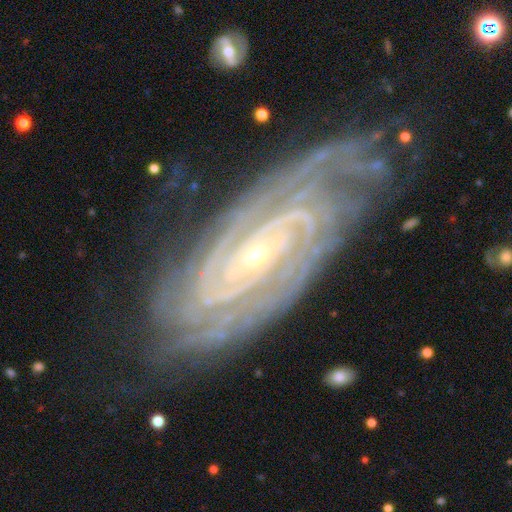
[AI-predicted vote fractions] Smooth or featured: featured or disk — 91% (star or artifact — 5%)
Edge-on disk: no — 94% (yes — 6%)
Bar: no — 52% (weak — 30%)
Spiral arms: yes — 98% (no — 2%)
Spiral winding: tight — 80% (medium — 17%)
Spiral arm count: can't tell — 22% (4 — 20%)
Bulge size: small — 84% (moderate — 12%)
Merging: none — 75% (minor disturbance — 18%)